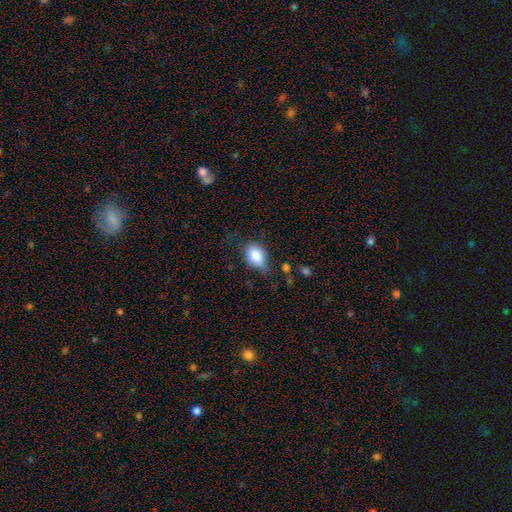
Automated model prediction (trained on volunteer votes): This is clearly a smooth galaxy (83%). How rounded: likely in between (80%). Merging: likely none (62%).